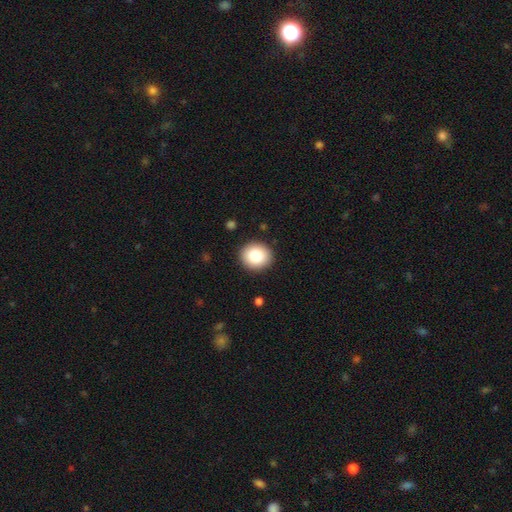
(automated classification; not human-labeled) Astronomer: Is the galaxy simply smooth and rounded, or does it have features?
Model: smooth — 84%.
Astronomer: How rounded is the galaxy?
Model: round — 79%.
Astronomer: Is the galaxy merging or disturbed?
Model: none — 91%.